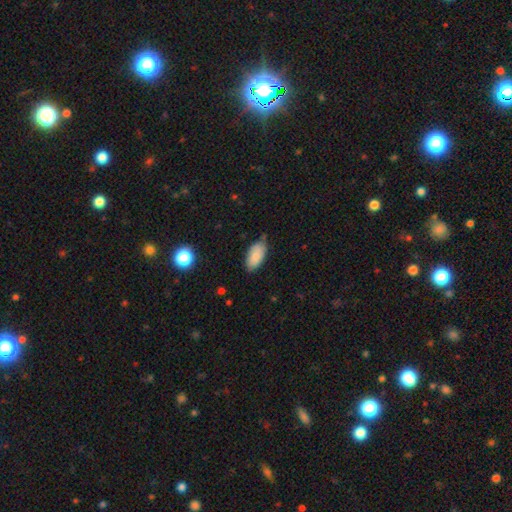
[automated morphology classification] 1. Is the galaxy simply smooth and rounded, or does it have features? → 85% smooth, 8% featured or disk, 7% star or artifact.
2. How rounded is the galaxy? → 93% in between, 5% cigar-shaped, 2% round.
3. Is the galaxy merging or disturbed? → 73% none, 22% minor disturbance, 3% major disturbance, 2% merger.